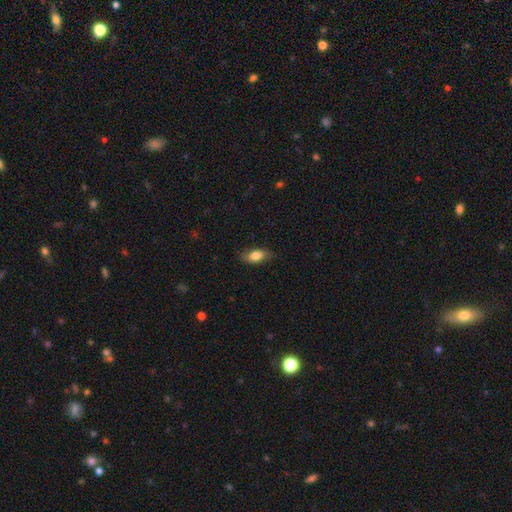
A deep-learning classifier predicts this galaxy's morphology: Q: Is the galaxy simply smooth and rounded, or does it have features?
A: smooth — 79%.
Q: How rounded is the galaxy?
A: in between — 86%.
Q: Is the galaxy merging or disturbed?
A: none — 78%.